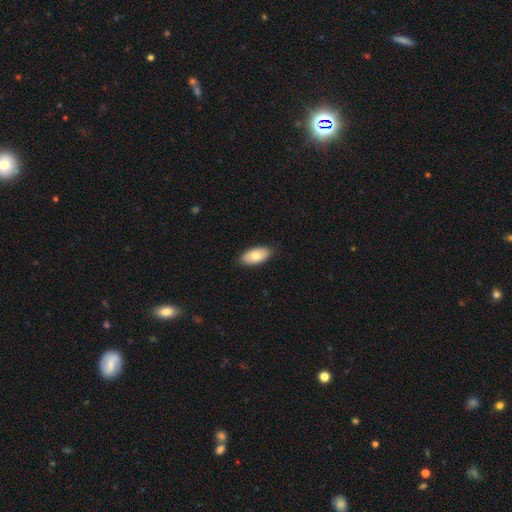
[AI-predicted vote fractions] This is likely a smooth galaxy (78%). How rounded: clearly in between (94%). Merging: clearly none (85%).